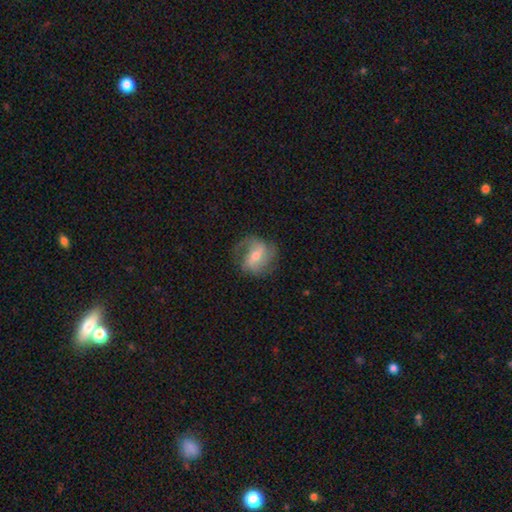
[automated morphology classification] Smooth or featured? featured or disk (77%)
Edge-on disk? no (97%)
Bar? weak (46%)
Spiral arms? yes (93%)
Spiral winding? medium (47%)
Spiral arm count? 2 (54%)
Bulge size? moderate (52%)
Merging? none (69%)